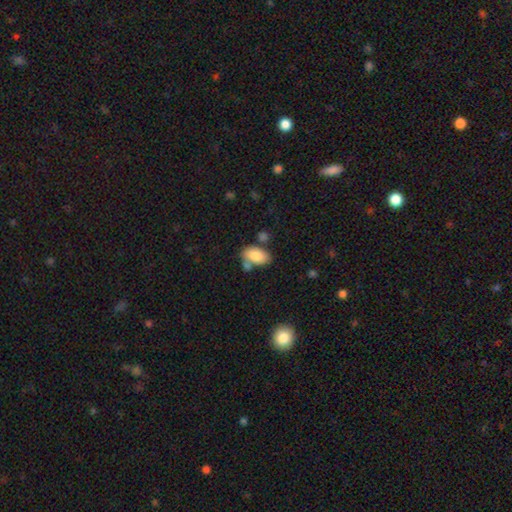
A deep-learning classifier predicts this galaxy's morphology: Q: Smooth or featured?
A: smooth (82%); runner-up: featured or disk (11%)
Q: How rounded?
A: in between (92%); runner-up: round (7%)
Q: Merging?
A: none (53%); runner-up: merger (22%)